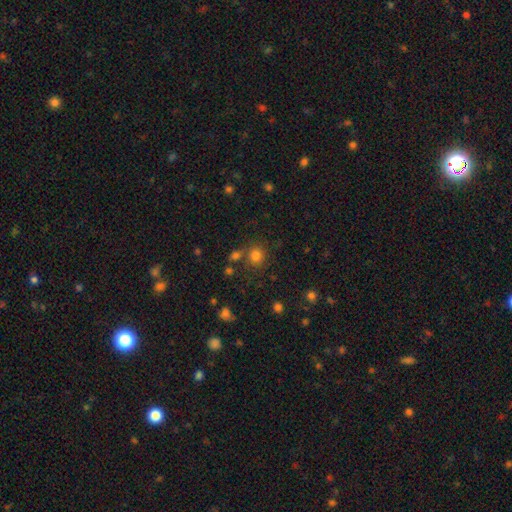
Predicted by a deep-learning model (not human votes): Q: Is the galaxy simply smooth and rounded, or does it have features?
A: smooth — 79%.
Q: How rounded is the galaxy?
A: round — 84%.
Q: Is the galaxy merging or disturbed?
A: none — 74%.